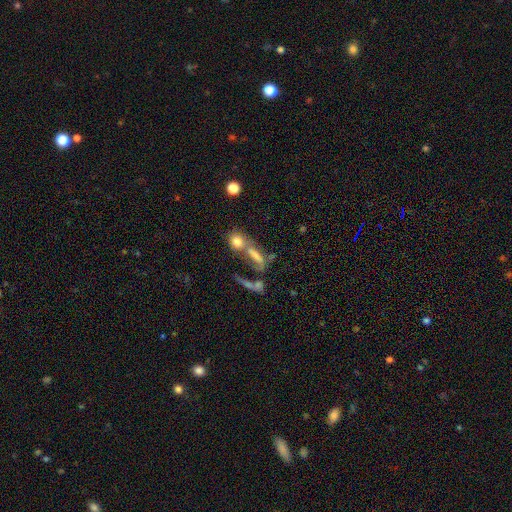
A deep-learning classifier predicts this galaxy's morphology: Overall: smooth (58%; featured or disk 26%). How rounded: in between (48%; cigar-shaped 34%). Merging: merger (53%; none 22%).